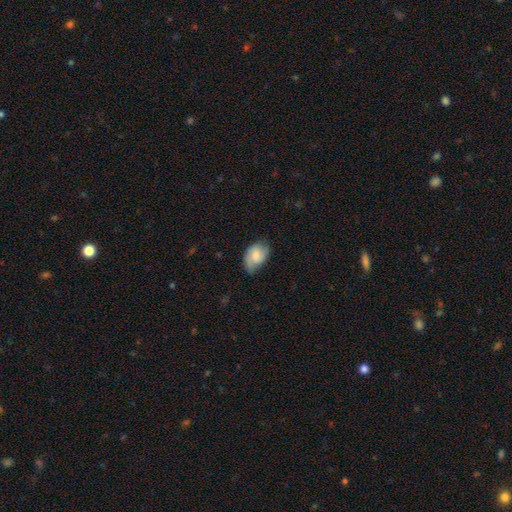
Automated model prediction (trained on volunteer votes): Smooth or featured? smooth (60%)
How rounded? in between (83%)
Merging? none (50%)